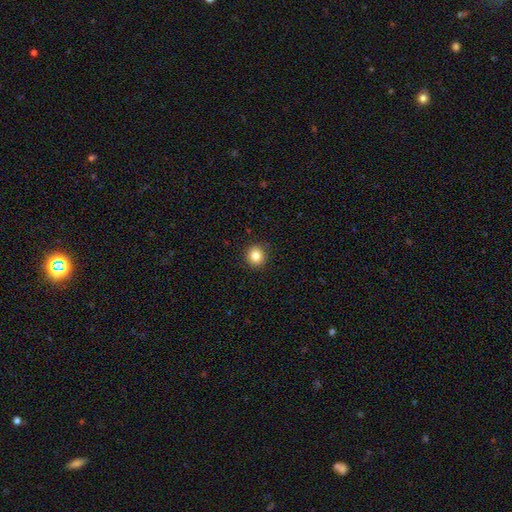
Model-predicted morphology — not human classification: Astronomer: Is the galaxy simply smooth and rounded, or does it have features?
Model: smooth — 83%.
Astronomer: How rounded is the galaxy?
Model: round — 92%.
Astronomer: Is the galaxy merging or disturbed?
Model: none — 92%.